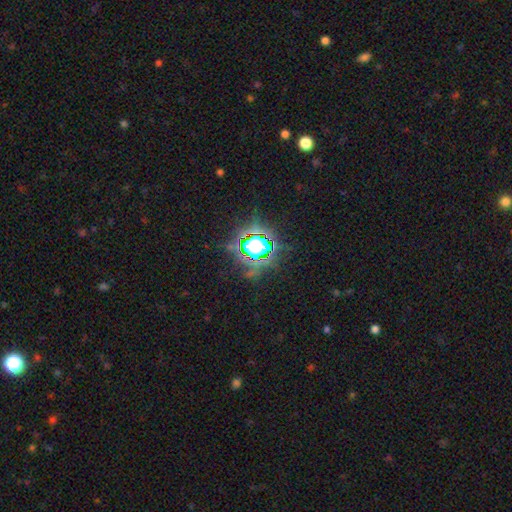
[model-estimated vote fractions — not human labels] smooth-or-featured: star or artifact: 80% | smooth: 13% | featured or disk: 7%